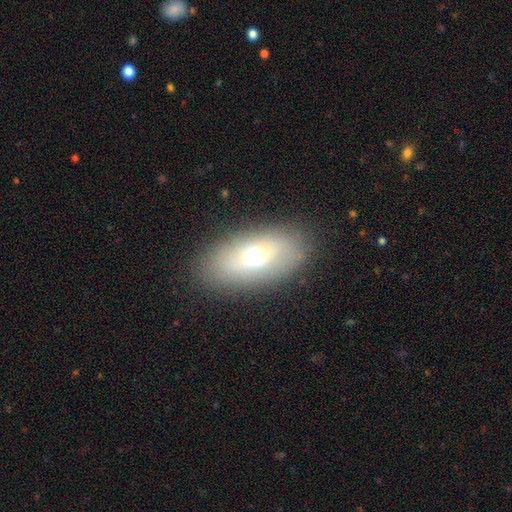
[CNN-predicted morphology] Q: Smooth or featured?
A: smooth (60%); runner-up: featured or disk (30%)
Q: How rounded?
A: in between (87%); runner-up: cigar-shaped (7%)
Q: Merging?
A: none (85%); runner-up: minor disturbance (10%)